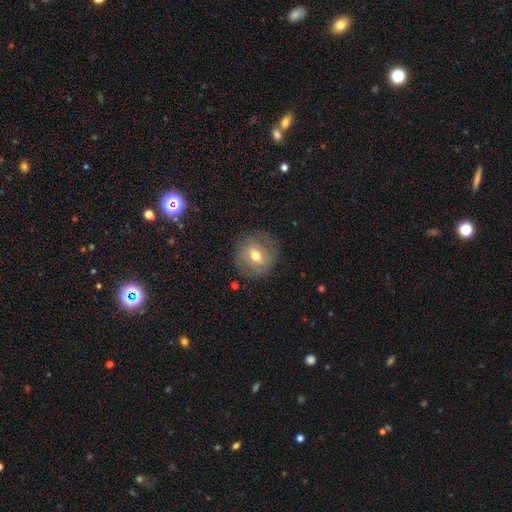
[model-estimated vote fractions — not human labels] Q: Smooth or featured?
A: smooth (57%); runner-up: featured or disk (34%)
Q: How rounded?
A: round (83%); runner-up: in between (16%)
Q: Merging?
A: none (79%); runner-up: minor disturbance (14%)